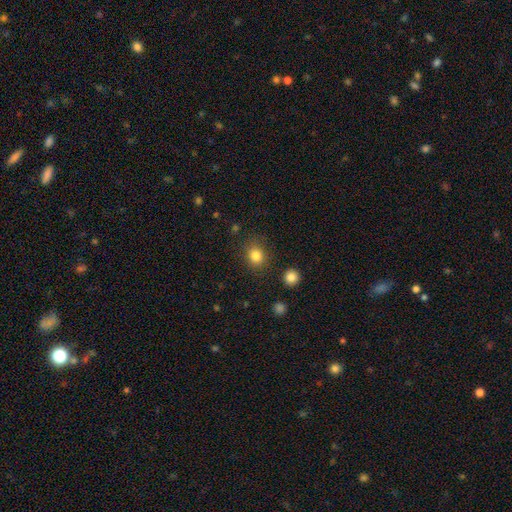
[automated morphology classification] Smooth or featured: smooth — 83% (star or artifact — 12%)
How rounded: round — 68% (in between — 31%)
Merging: none — 83% (minor disturbance — 11%)